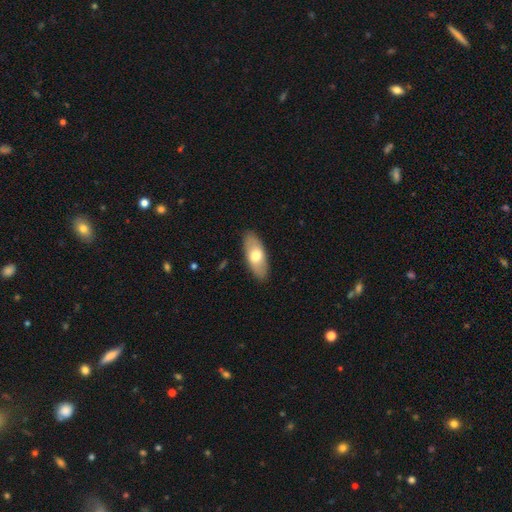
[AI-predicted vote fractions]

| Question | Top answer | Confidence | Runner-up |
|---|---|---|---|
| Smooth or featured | smooth | 66% | featured or disk (29%) |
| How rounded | in between | 84% | cigar-shaped (13%) |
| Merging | none | 88% | minor disturbance (9%) |